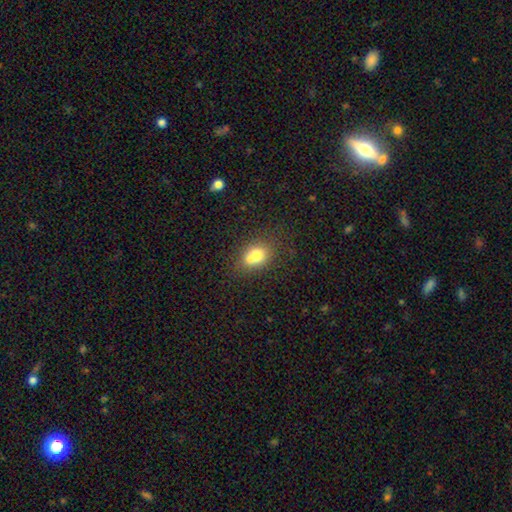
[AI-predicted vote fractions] A smooth galaxy with no disk features (71%) that is in between round and cigar-shaped (57%).

Vote fractions:
- Smooth or featured? smooth: 71% / featured or disk: 18% / star or artifact: 11%
- How rounded? in between: 57% / round: 41% / cigar-shaped: 2%
- Merging? none: 42% / merger: 40% / minor disturbance: 12% / major disturbance: 5%